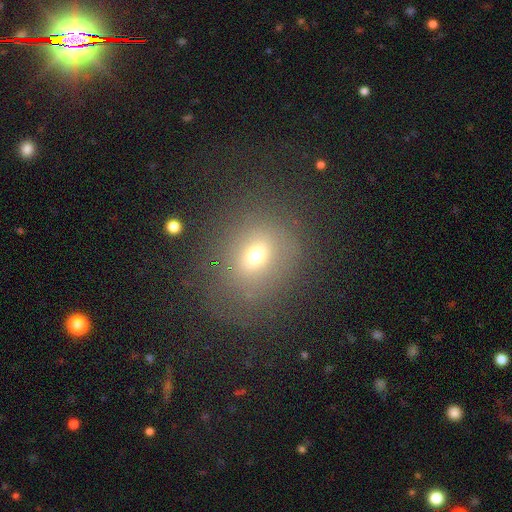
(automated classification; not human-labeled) Smooth or featured? Predicted: smooth (p=0.64). How rounded? Predicted: round (p=0.61). Merging? Predicted: none (p=0.72).